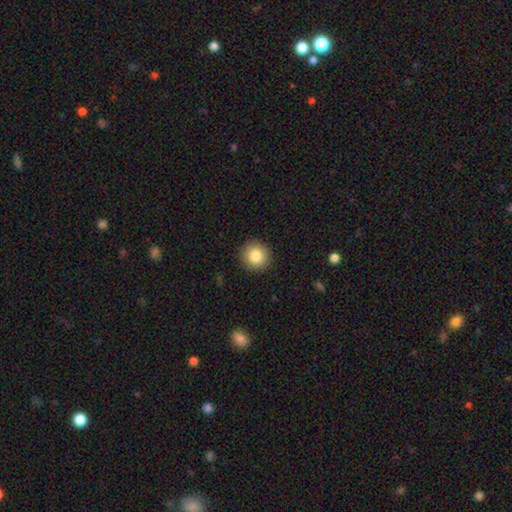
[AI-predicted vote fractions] smooth 84%, star or artifact 9%, featured or disk 7%. Down the decision tree: how rounded — round (93%); merging — none (91%).